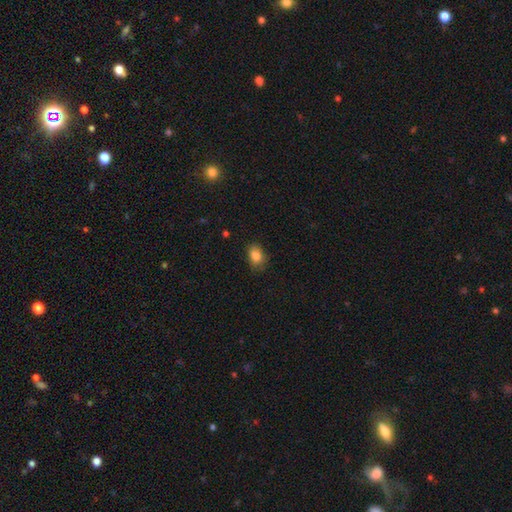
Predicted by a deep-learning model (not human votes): smooth-or-featured: smooth: 85% | star or artifact: 9% | featured or disk: 6%
  how-rounded: in between: 78% | round: 21% | cigar-shaped: 1%
  merging: none: 76% | minor disturbance: 19% | major disturbance: 4% | merger: 1%